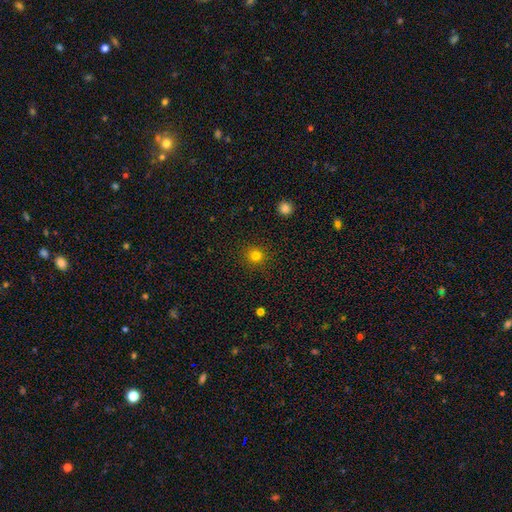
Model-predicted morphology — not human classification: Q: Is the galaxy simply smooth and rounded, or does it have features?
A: smooth — 80%.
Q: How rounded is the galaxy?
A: round — 93%.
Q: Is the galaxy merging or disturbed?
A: none — 90%.